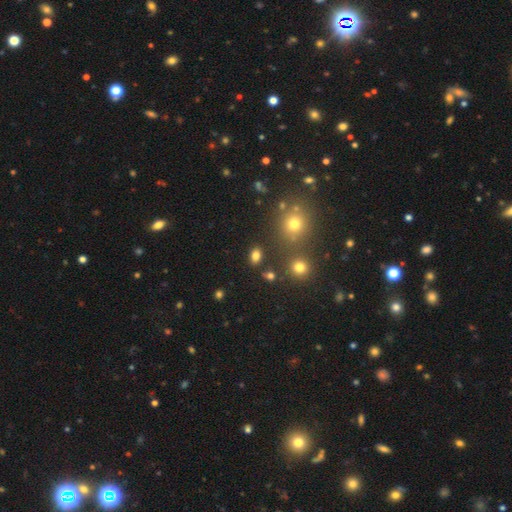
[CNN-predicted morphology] This appears to be a smooth galaxy with no disk features (78%) that is in between round and cigar-shaped (78%). Merging: none (82%).